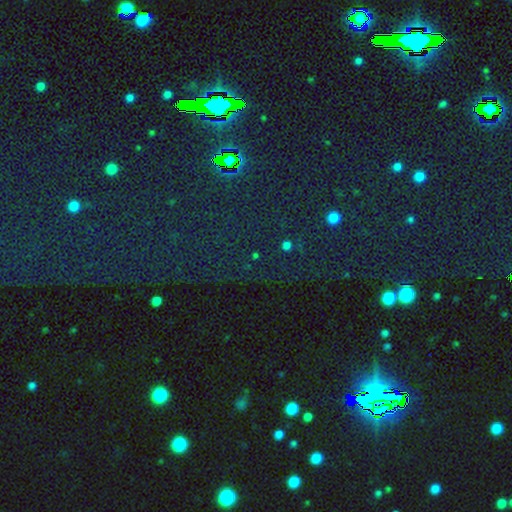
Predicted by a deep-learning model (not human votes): smooth-or-featured: star or artifact: 77% | smooth: 15% | featured or disk: 8%